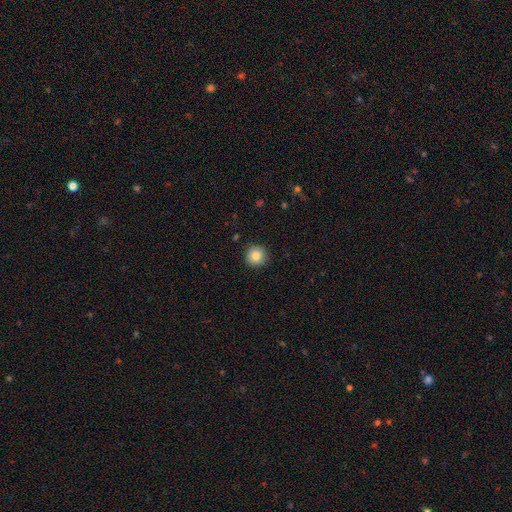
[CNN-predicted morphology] Smooth or featured? smooth (85%)
How rounded? round (95%)
Merging? none (91%)